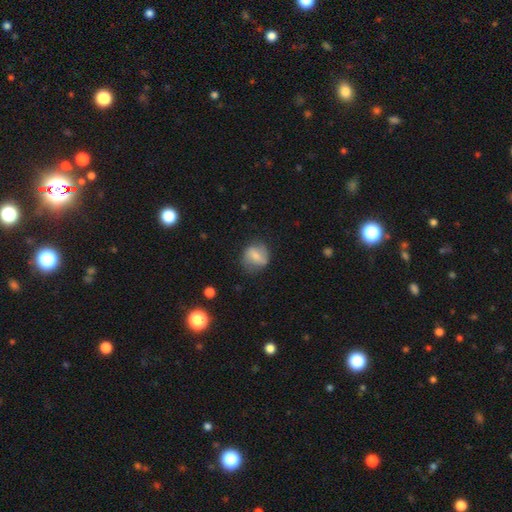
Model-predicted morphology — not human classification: This appears to be a smooth galaxy with no disk features (58%) that is round (65%). Merging: none (67%).